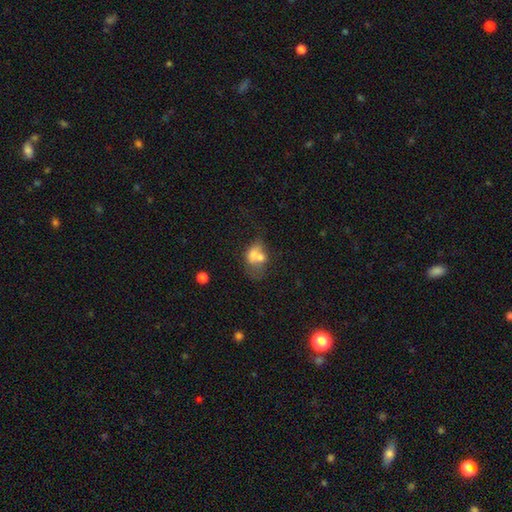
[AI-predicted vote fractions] The model was most divided on "how rounded": in between: 63%, round: 36%, cigar-shaped: 2%. More confident: smooth or featured — smooth (60%); merging — merger (56%).